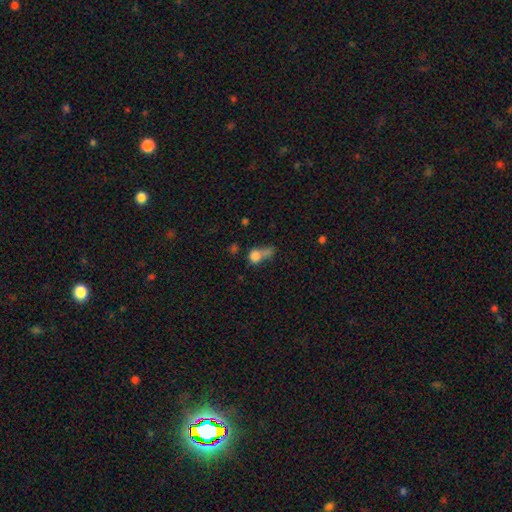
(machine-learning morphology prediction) smooth-or-featured: smooth: 75% | star or artifact: 13% | featured or disk: 12%
  how-rounded: round: 64% | in between: 33% | cigar-shaped: 3%
  merging: merger: 47% | none: 25% | major disturbance: 16% | minor disturbance: 13%